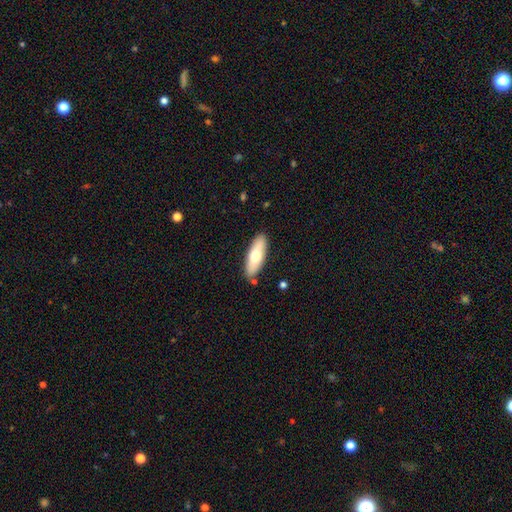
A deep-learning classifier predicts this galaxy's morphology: type=smooth (68%); roundness=in between (55%); merging=none (86%).